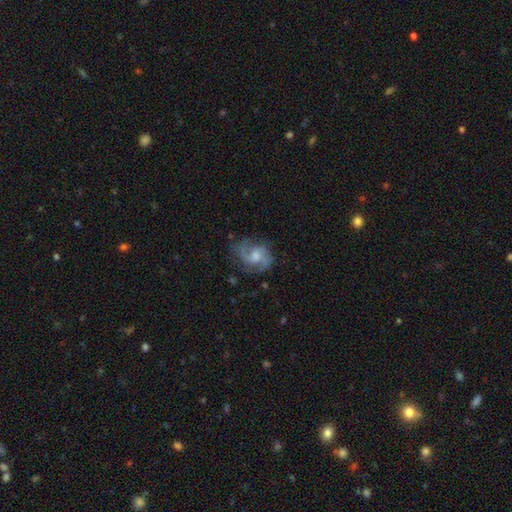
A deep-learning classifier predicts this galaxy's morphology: Smooth or featured? featured or disk (79%)
Edge-on disk? no (98%)
Bar? no (53%)
Spiral arms? yes (93%)
Spiral winding? medium (53%)
Spiral arm count? 2 (71%)
Bulge size? moderate (50%)
Merging? none (65%)